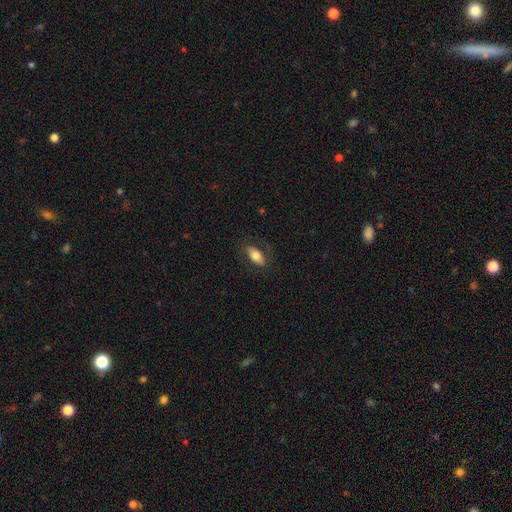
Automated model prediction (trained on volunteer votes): The model was most divided on "smooth or featured": smooth: 70%, featured or disk: 23%, star or artifact: 7%. More confident: how rounded — in between (85%); merging — none (76%).